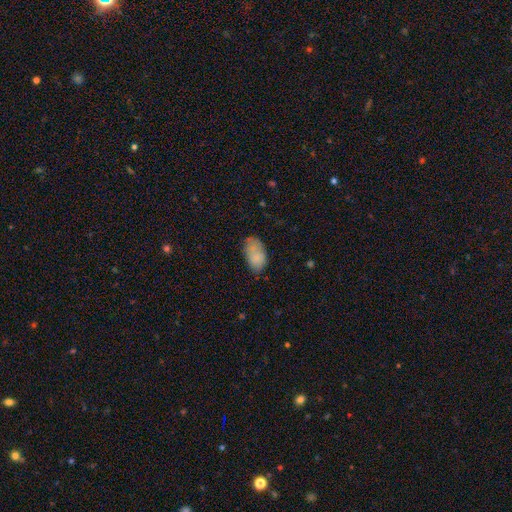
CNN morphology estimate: smooth 84%, featured or disk 8%, star or artifact 8%. Down the decision tree: how rounded — in between (93%); merging — none (65%).